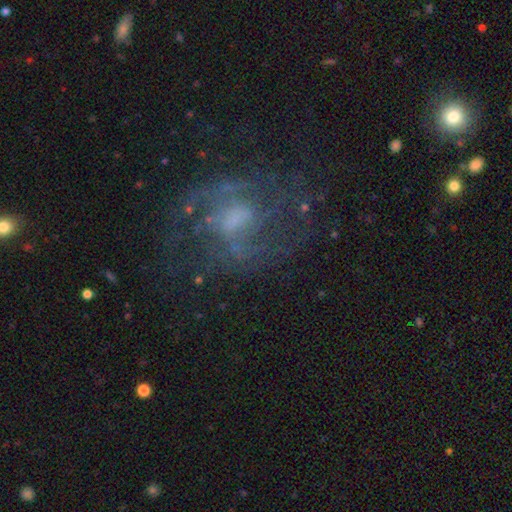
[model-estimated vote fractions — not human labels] Smooth or featured? Predicted: featured or disk (p=0.76). Edge-on disk? Predicted: no (p=0.97). Bar? Predicted: weak (p=0.50). Spiral arms? Predicted: yes (p=0.88). Spiral winding? Predicted: medium (p=0.52). Spiral arm count? Predicted: 2 (p=0.66). Bulge size? Predicted: moderate (p=0.37). Merging? Predicted: none (p=0.66).